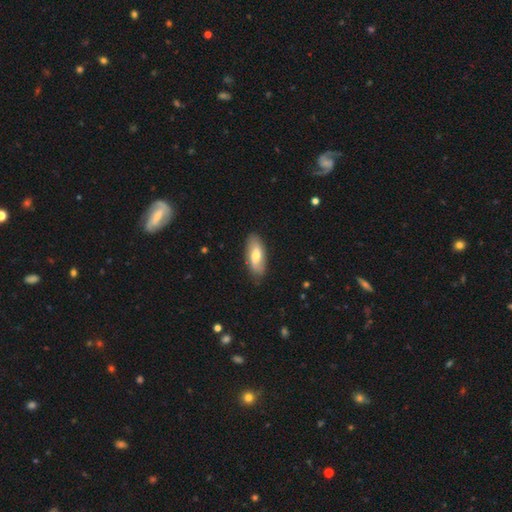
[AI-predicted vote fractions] A smooth galaxy with no disk features (63%) that is in between round and cigar-shaped (80%).

Vote fractions:
- Smooth or featured? smooth: 63% / featured or disk: 32% / star or artifact: 5%
- How rounded? in between: 80% / cigar-shaped: 17% / round: 3%
- Merging? none: 84% / minor disturbance: 13% / major disturbance: 2% / merger: 1%